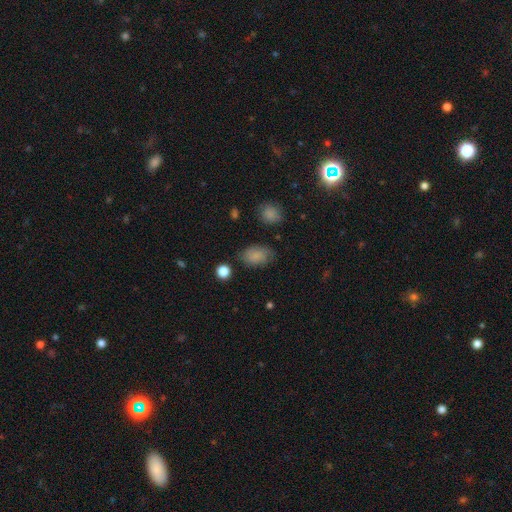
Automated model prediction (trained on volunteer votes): Smooth or featured? Predicted: smooth (p=0.79). How rounded? Predicted: in between (p=0.83). Merging? Predicted: none (p=0.69).